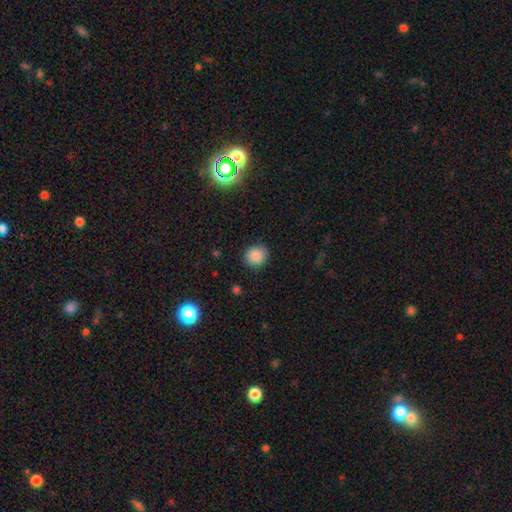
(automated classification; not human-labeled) Morphology: type=smooth (87%); roundness=round (83%); merging=none (89%).